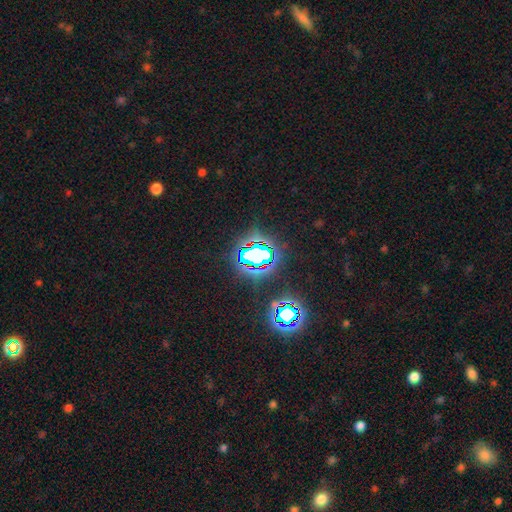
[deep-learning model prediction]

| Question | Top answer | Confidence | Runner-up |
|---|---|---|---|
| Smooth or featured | star or artifact | 71% | smooth (18%) |